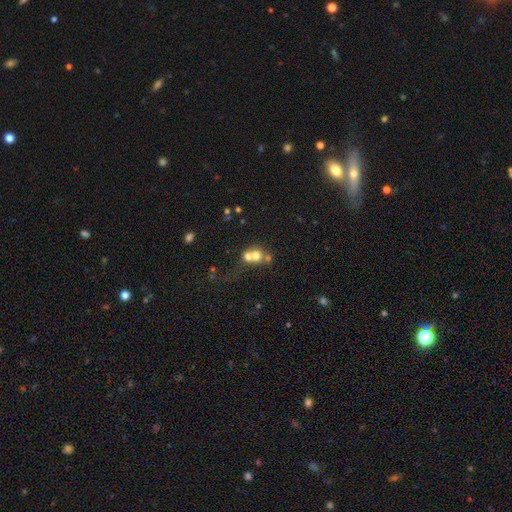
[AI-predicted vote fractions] A smooth galaxy with no disk features (60%) that is round (77%). Merging: merger (63%).